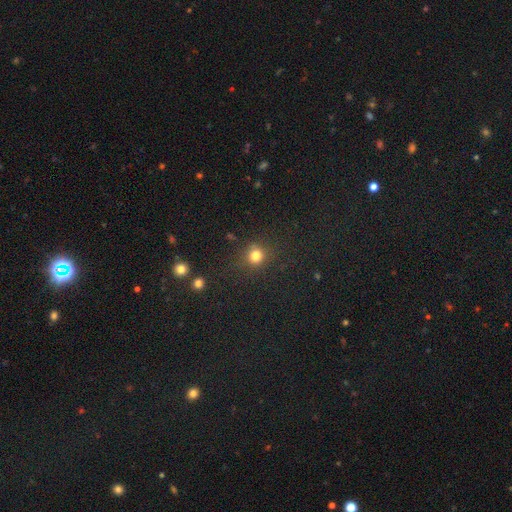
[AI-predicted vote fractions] Smooth or featured?
  - smooth: 79% *
  - star or artifact: 16%
  - featured or disk: 5%
How rounded?
  - round: 88% *
  - in between: 11%
  - cigar-shaped: 1%
Merging?
  - none: 81% *
  - minor disturbance: 11%
  - major disturbance: 5%
  - merger: 3%